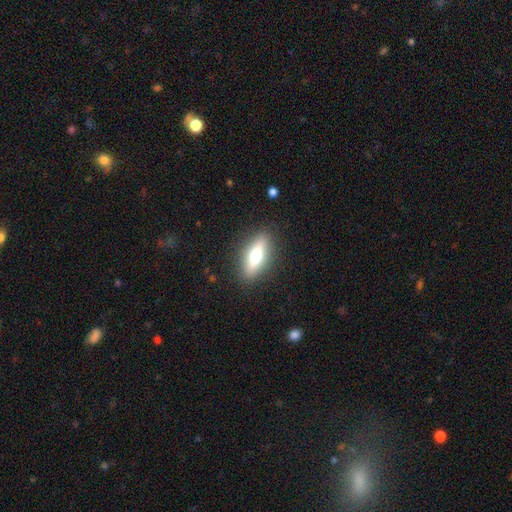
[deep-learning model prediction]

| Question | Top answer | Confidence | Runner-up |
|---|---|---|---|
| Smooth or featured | smooth | 54% | featured or disk (39%) |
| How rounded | in between | 55% | cigar-shaped (42%) |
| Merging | none | 88% | minor disturbance (9%) |